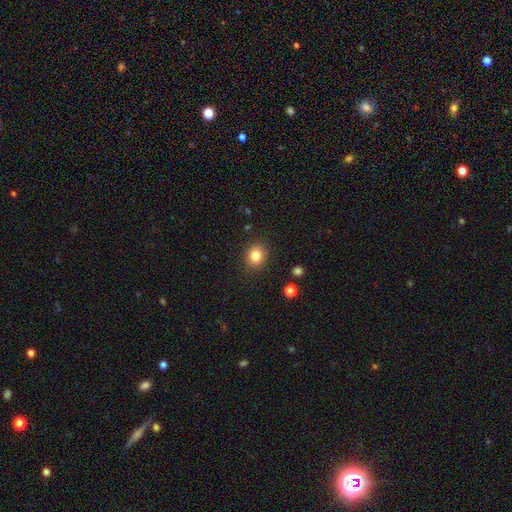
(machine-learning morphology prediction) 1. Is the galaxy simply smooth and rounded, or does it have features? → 82% smooth, 11% star or artifact, 7% featured or disk.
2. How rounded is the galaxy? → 74% round, 25% in between, 1% cigar-shaped.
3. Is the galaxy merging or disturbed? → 89% none, 7% minor disturbance, 2% major disturbance, 1% merger.